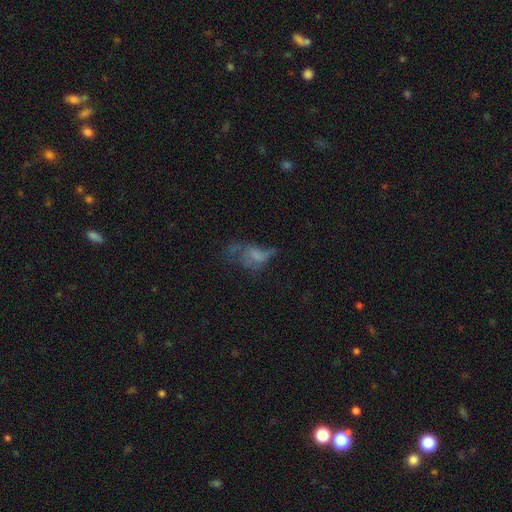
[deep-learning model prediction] The model was most divided on "smooth or featured": featured or disk: 42%, smooth: 40%, star or artifact: 18%. Remaining: merging — major disturbance (48%).